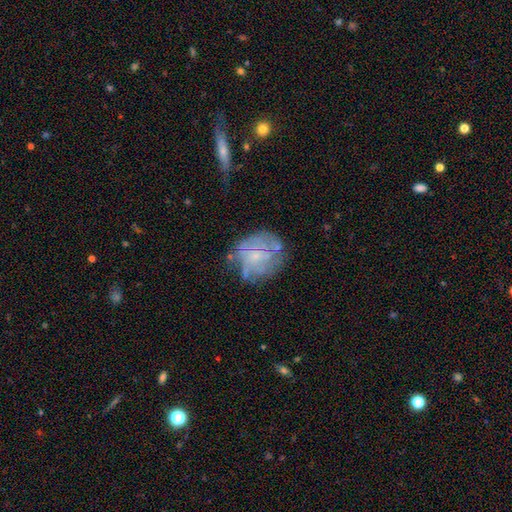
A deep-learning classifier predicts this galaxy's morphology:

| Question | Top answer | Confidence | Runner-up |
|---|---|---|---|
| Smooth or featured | featured or disk | 60% | smooth (30%) |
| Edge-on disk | no | 97% | yes (3%) |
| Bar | no | 78% | weak (19%) |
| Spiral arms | no | 51% | yes (49%) |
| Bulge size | small | 64% | moderate (18%) |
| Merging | none | 55% | minor disturbance (25%) |